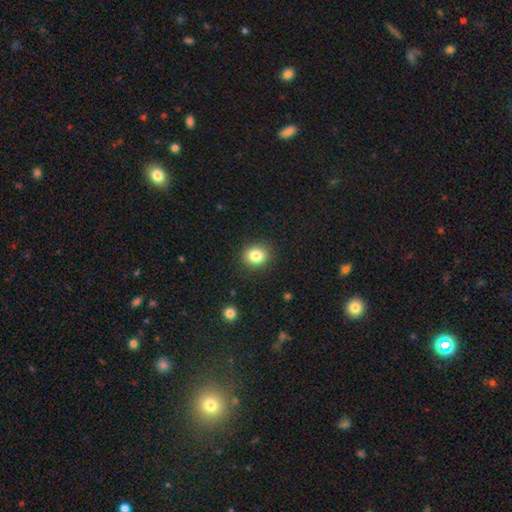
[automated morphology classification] This appears to be a smooth galaxy with no disk features (82%) that is round (77%). Merging: none (89%).